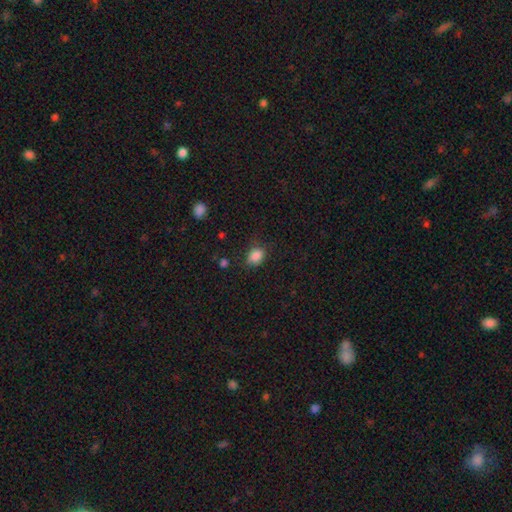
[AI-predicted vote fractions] smooth 86%, star or artifact 10%, featured or disk 4%. Down the decision tree: how rounded — in between (59%); merging — none (71%).